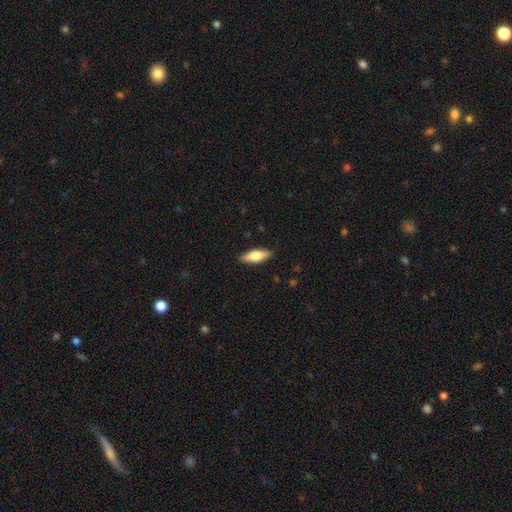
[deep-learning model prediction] Smooth or featured? Predicted: smooth (p=0.65). How rounded? Predicted: in between (p=0.64). Merging? Predicted: none (p=0.87).